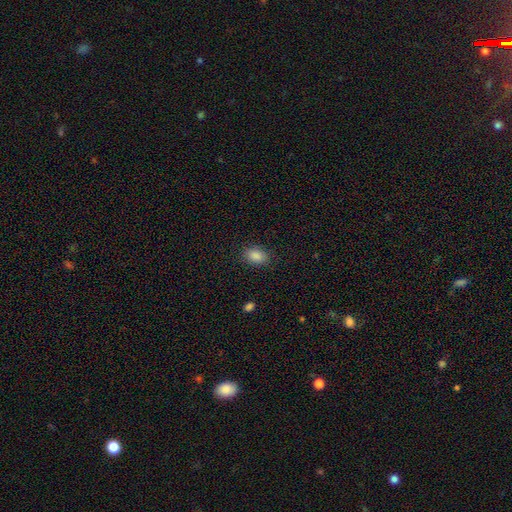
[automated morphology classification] smooth-or-featured: smooth: 87% | star or artifact: 9% | featured or disk: 4%
  how-rounded: in between: 80% | round: 19% | cigar-shaped: 1%
  merging: none: 88% | minor disturbance: 9% | major disturbance: 3% | merger: 1%